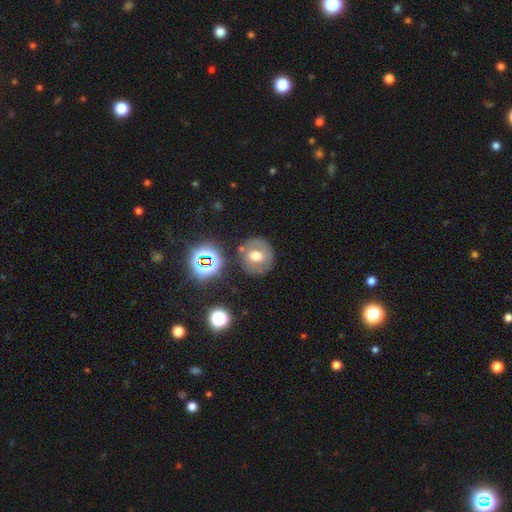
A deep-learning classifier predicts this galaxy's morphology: smooth_or_featured: smooth (p=0.53) [alt: featured or disk p=0.32]
how_rounded: round (p=0.88) [alt: in between p=0.11]
merging: none (p=0.76) [alt: minor disturbance p=0.12]